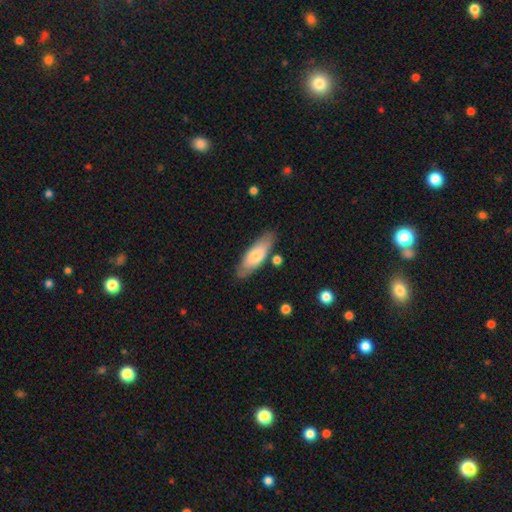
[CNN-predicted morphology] Q: Smooth or featured?
A: smooth (68%); runner-up: featured or disk (26%)
Q: How rounded?
A: in between (61%); runner-up: cigar-shaped (37%)
Q: Merging?
A: none (80%); runner-up: minor disturbance (14%)